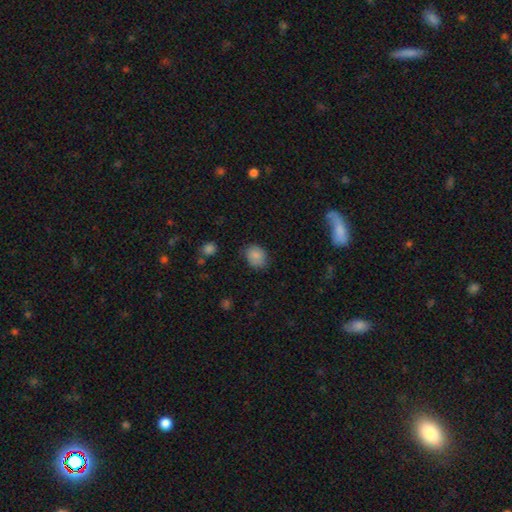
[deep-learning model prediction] This is clearly a smooth galaxy (85%). How rounded: possibly round (52%). Merging: likely none (75%).